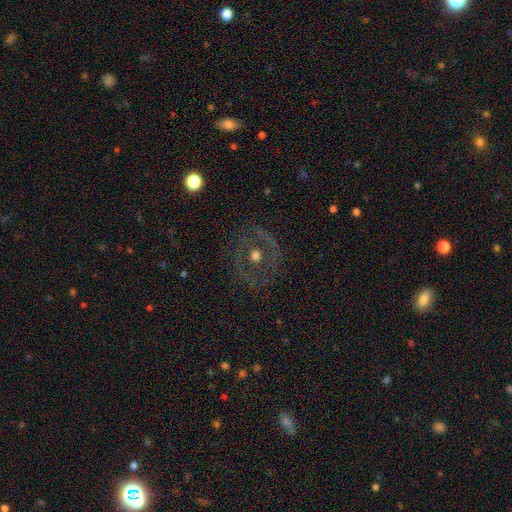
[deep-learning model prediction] smooth-or-featured: featured or disk: 50% | smooth: 39% | star or artifact: 11%
  disk-edge-on: no: 94% | yes: 6%
  merging: none: 80% | minor disturbance: 11% | major disturbance: 7% | merger: 2%